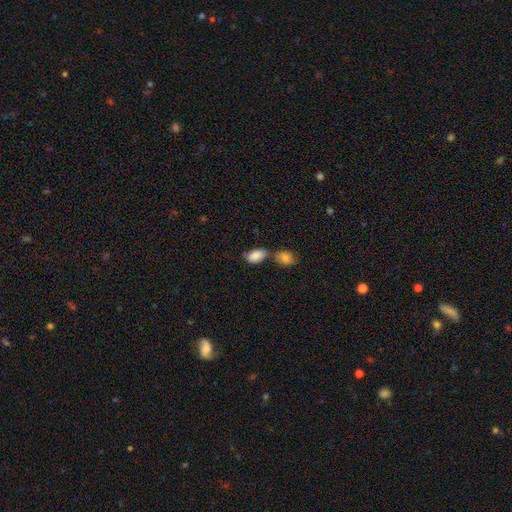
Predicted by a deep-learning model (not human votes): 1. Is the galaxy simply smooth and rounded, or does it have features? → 85% smooth, 8% featured or disk, 7% star or artifact.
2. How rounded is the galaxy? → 92% in between, 6% round, 2% cigar-shaped.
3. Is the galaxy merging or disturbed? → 41% merger, 35% none, 18% minor disturbance, 6% major disturbance.